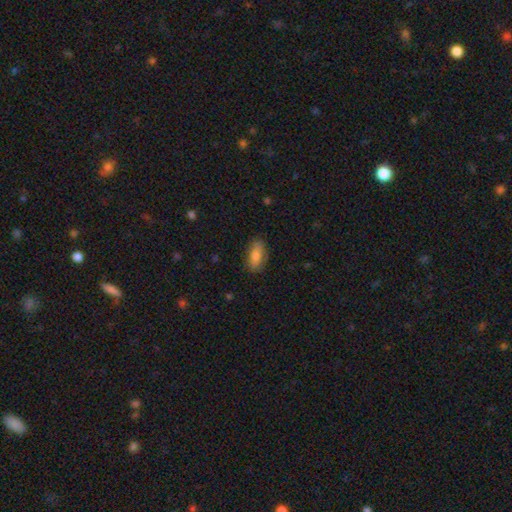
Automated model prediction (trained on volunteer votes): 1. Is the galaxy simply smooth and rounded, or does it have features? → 80% smooth, 14% featured or disk, 7% star or artifact.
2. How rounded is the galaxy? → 78% in between, 18% cigar-shaped, 3% round.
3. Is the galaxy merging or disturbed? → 85% none, 12% minor disturbance, 3% major disturbance, 1% merger.